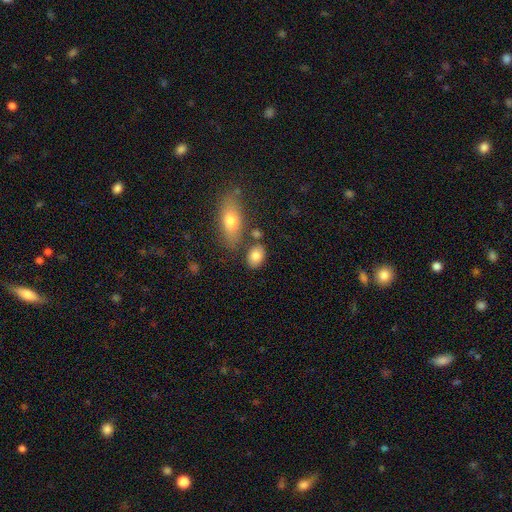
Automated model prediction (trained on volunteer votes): This appears to be a smooth galaxy with no disk features (82%) that is in between round and cigar-shaped (78%). Merging: none (71%).